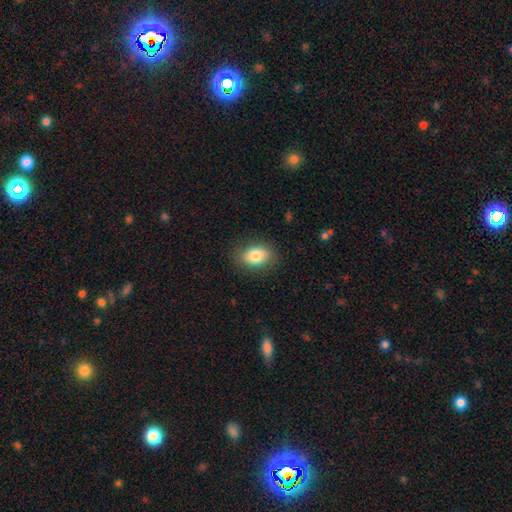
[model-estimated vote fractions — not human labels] smooth-or-featured: smooth: 82% | featured or disk: 10% | star or artifact: 8%
  how-rounded: in between: 77% | round: 22% | cigar-shaped: 1%
  merging: none: 84% | minor disturbance: 11% | major disturbance: 3% | merger: 1%